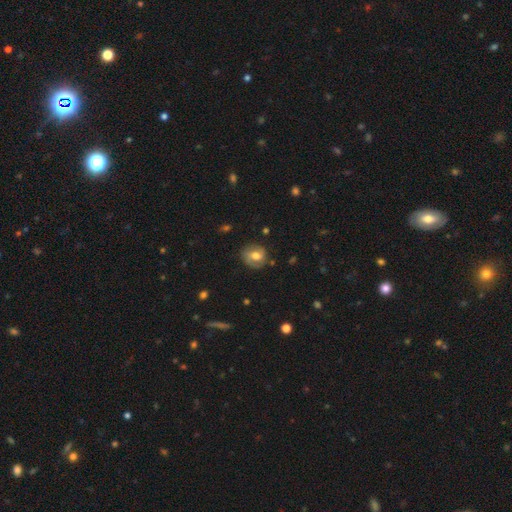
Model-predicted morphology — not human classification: smooth 50%, featured or disk 42%, star or artifact 8%. Down the decision tree: how rounded — round (75%); merging — none (76%).